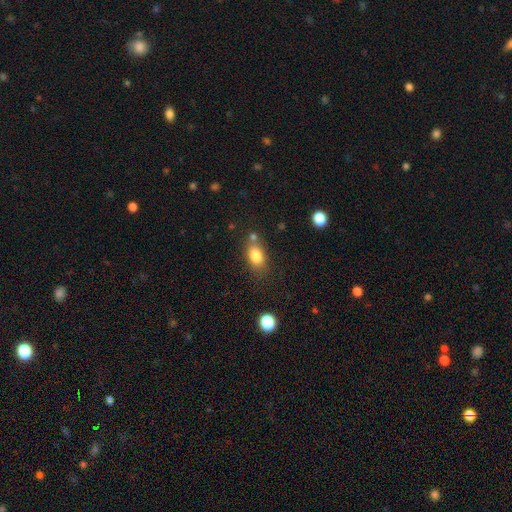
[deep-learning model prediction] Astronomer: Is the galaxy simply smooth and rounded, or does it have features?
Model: smooth — 82%.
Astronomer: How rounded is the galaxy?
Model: in between — 81%.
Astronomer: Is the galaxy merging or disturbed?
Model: none — 63%.